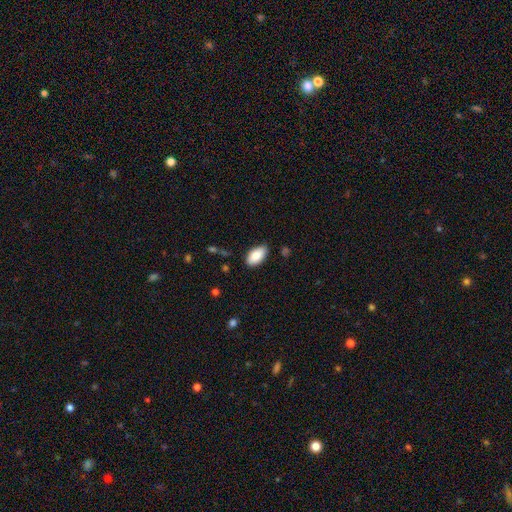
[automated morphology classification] Smooth or featured? smooth (84%)
How rounded? in between (95%)
Merging? none (83%)